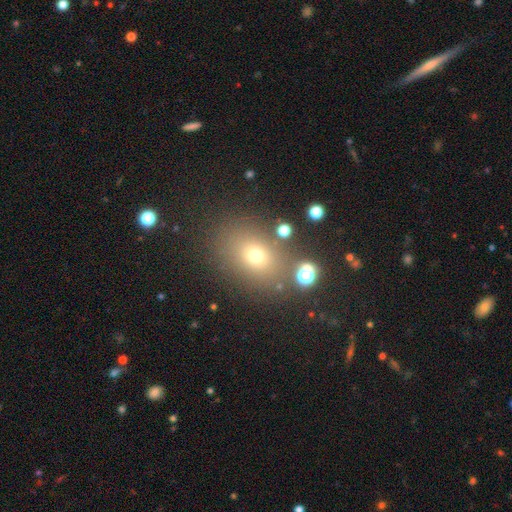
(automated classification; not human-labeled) Overall: smooth (67%). How rounded: in between (59%; round 39%). Merging: none (79%).